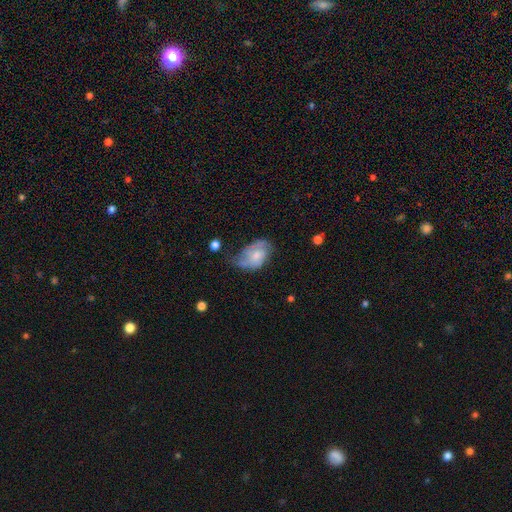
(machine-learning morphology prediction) This is possibly a featured or disk galaxy (53%). It is clearly not viewed edge-on (96%). Bar: likely no (65%). Spiral arm pattern: likely yes (76%). Central bulge: marginally small (40%). Merging: marginally minor disturbance (35%, tied with none).